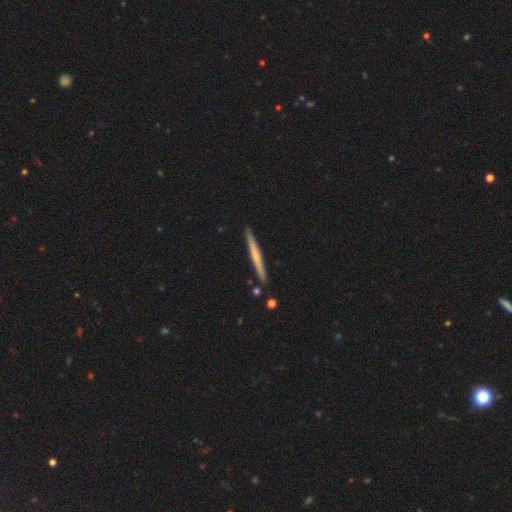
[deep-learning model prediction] Q: Smooth or featured?
A: smooth (50%); runner-up: featured or disk (44%)
Q: How rounded?
A: cigar-shaped (97%); runner-up: in between (2%)
Q: Merging?
A: none (89%); runner-up: minor disturbance (7%)